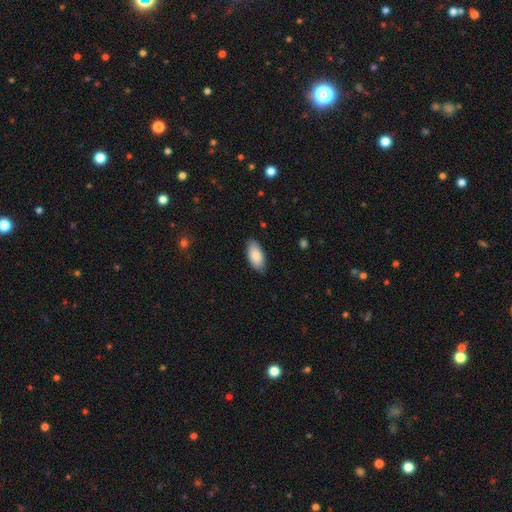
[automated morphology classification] Smooth or featured?
  - smooth: 85% *
  - featured or disk: 9%
  - star or artifact: 6%
How rounded?
  - in between: 92% *
  - cigar-shaped: 6%
  - round: 2%
Merging?
  - none: 86% *
  - minor disturbance: 11%
  - major disturbance: 2%
  - merger: 1%